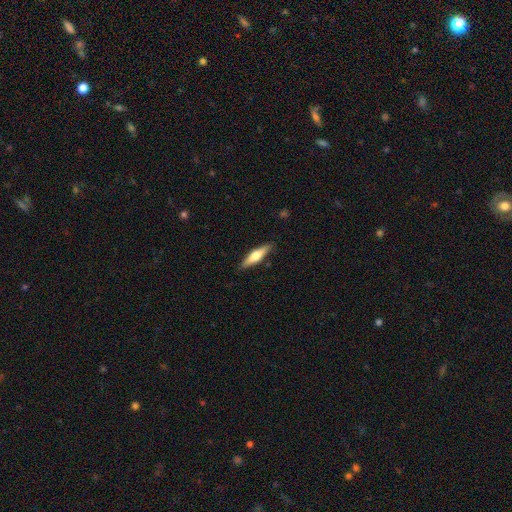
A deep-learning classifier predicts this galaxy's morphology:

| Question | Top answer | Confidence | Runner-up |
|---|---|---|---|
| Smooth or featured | smooth | 52% | featured or disk (42%) |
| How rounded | cigar-shaped | 72% | in between (26%) |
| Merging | none | 88% | minor disturbance (9%) |